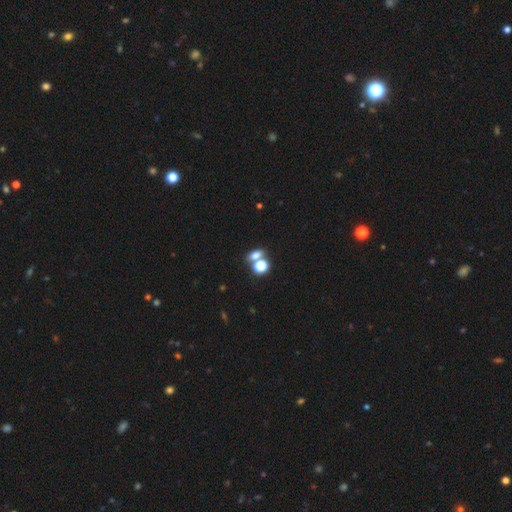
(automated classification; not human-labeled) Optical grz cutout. It shows a smooth galaxy with no disk features (66%) that is in between round and cigar-shaped (59%). Merging: none (52%).